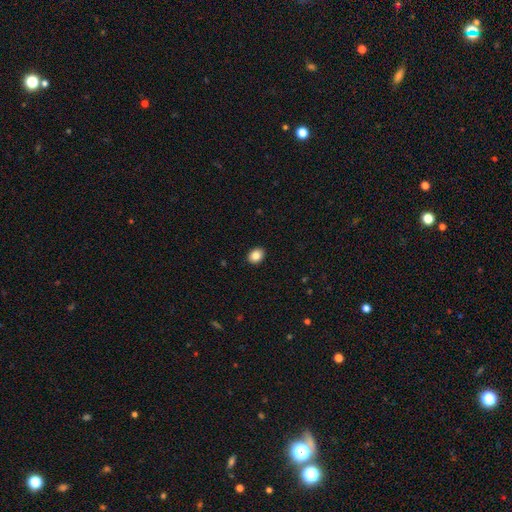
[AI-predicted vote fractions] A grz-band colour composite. It shows a smooth galaxy with no disk features (85%) that is in between round and cigar-shaped (50%, tied with round). Merging: none (91%).